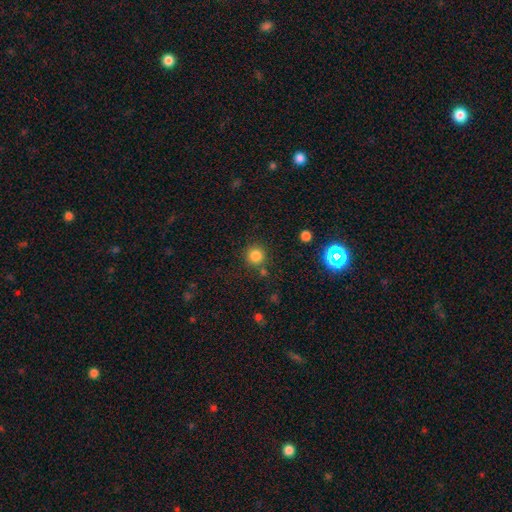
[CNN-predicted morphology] This appears to be a smooth galaxy with no disk features (82%) that is round (94%). Merging: none (81%).